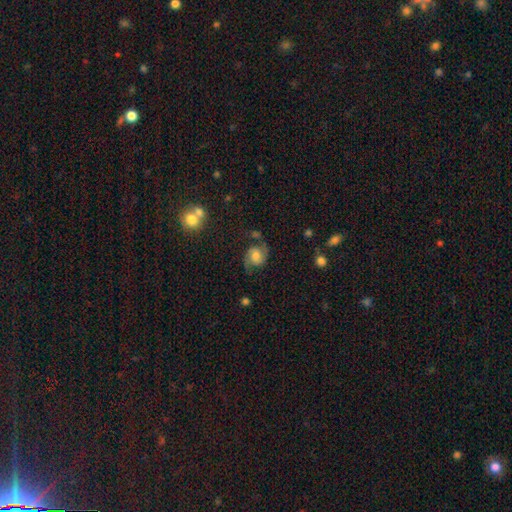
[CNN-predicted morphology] A featured or disk galaxy (74%) with no bar (65%), 2 (93%) medium (49%) spiral arms (95%) and a moderate central bulge (57%).

Vote fractions:
- Smooth or featured? featured or disk: 74% / smooth: 17% / star or artifact: 9%
- Edge-on disk? no: 98% / yes: 2%
- Bar? no: 65% / weak: 29% / strong: 6%
- Spiral arms? yes: 95% / no: 5%
- Spiral winding? medium: 49% / loose: 36% / tight: 15%
- Spiral arm count? 2: 93% / can't tell: 2% / 1: 2% / 3: 1% / 4: 1% / more than 4: 1%
- Bulge size? moderate: 57% / small: 21% / large: 16% / none: 4% / dominant: 3%
- Merging? none: 72% / minor disturbance: 16% / major disturbance: 9% / merger: 3%